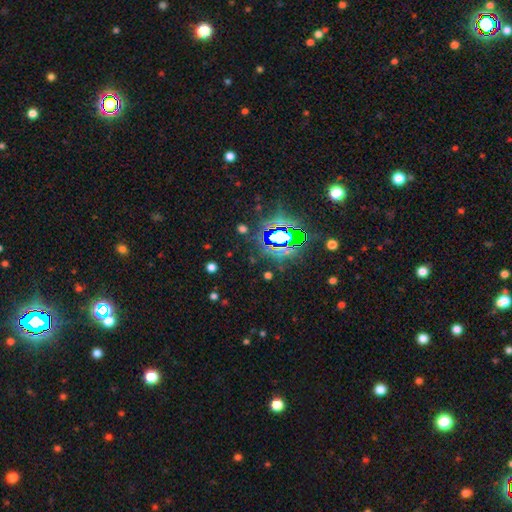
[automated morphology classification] Smooth or featured: star or artifact — 82% (smooth — 10%)